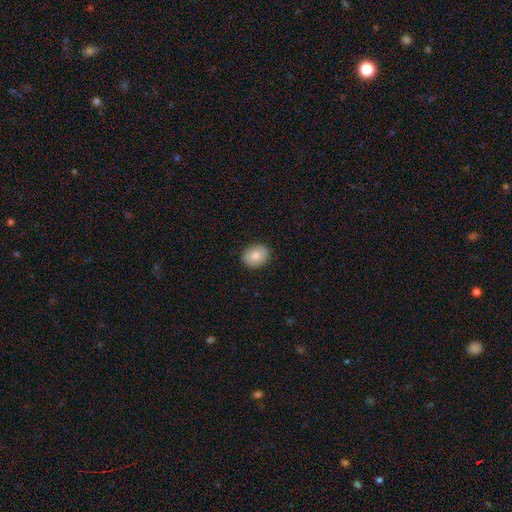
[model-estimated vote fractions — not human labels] A smooth galaxy with no disk features (80%) that is round (53%). Merging: none (90%).